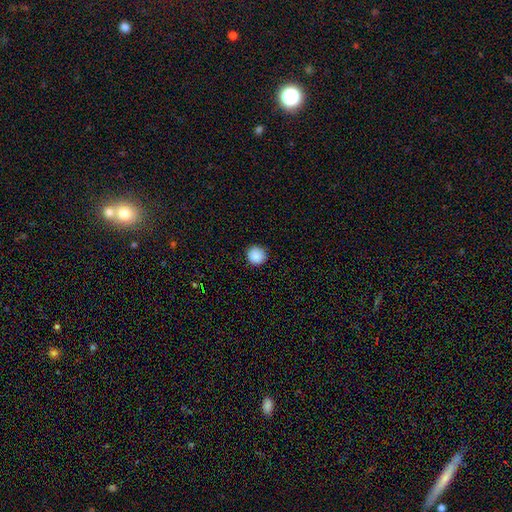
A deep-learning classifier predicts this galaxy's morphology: A smooth galaxy with no disk features (89%) that is round (95%).

Vote fractions:
- Smooth or featured? smooth: 89% / star or artifact: 9% / featured or disk: 3%
- How rounded? round: 95% / in between: 4% / cigar-shaped: 1%
- Merging? none: 91% / minor disturbance: 6% / major disturbance: 2% / merger: 1%